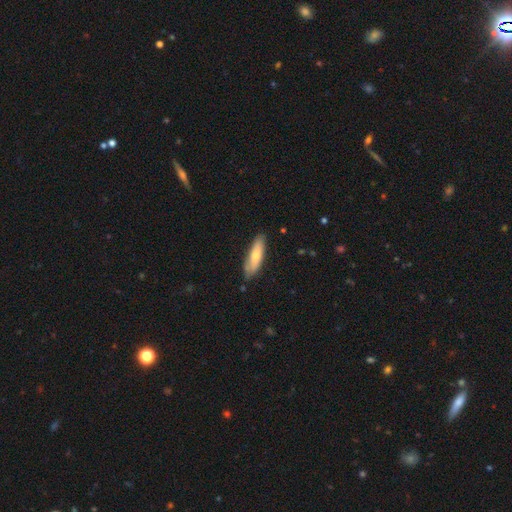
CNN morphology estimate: type=smooth (71%); roundness=cigar-shaped (59%); merging=none (78%).